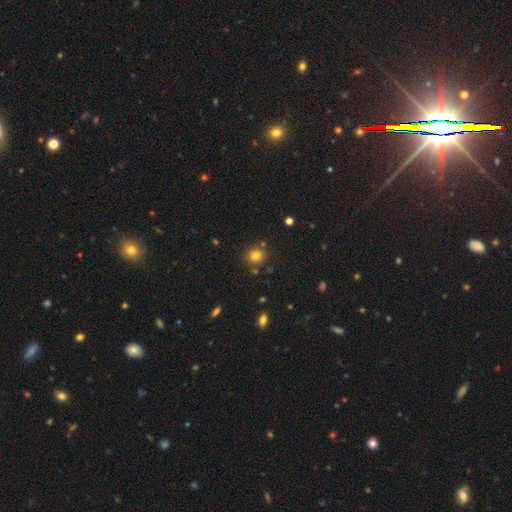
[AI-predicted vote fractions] A smooth galaxy with no disk features (79%) that is round (86%).

Vote fractions:
- Smooth or featured? smooth: 79% / star or artifact: 14% / featured or disk: 6%
- How rounded? round: 86% / in between: 13% / cigar-shaped: 1%
- Merging? none: 81% / minor disturbance: 9% / merger: 7% / major disturbance: 3%